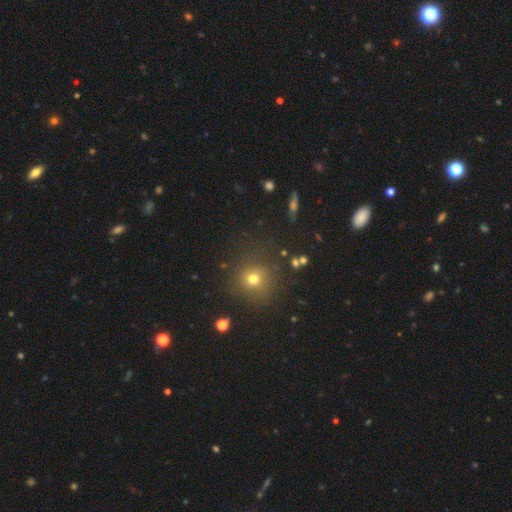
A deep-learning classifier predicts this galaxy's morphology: The model was most divided on "smooth or featured": smooth: 57%, star or artifact: 35%, featured or disk: 8%. More confident: how rounded — round (92%); merging — none (85%).